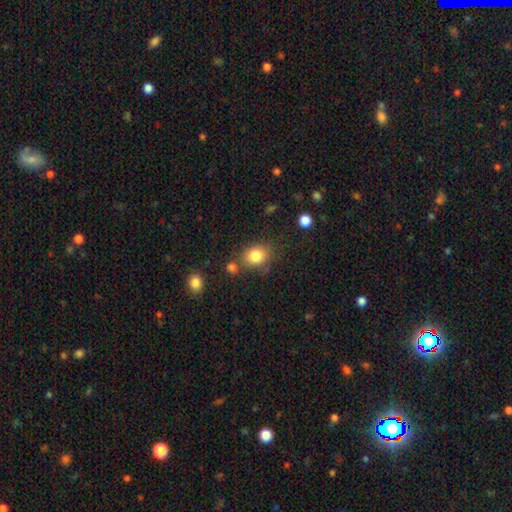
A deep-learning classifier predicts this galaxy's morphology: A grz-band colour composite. It shows a smooth galaxy with no disk features (82%) that is round (53%). Merging: none (70%).